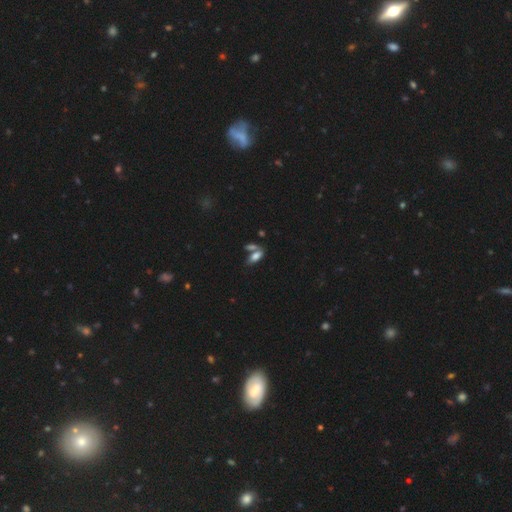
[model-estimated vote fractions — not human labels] Smooth or featured? Predicted: smooth (p=0.74). How rounded? Predicted: in between (p=0.83). Merging? Predicted: none (p=0.46).